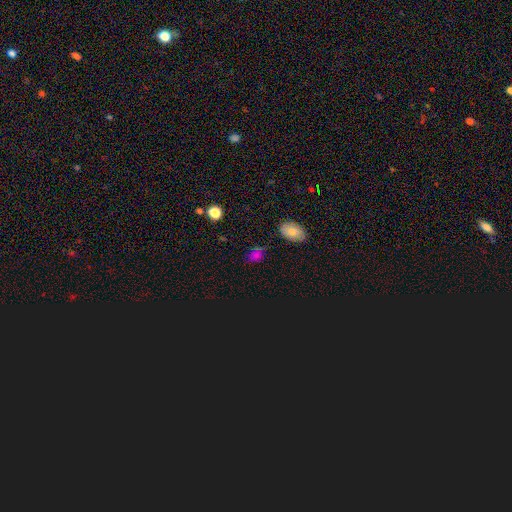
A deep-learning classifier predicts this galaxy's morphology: Smooth or featured? Predicted: smooth (p=0.65). How rounded? Predicted: in between (p=0.63). Merging? Predicted: none (p=0.70).